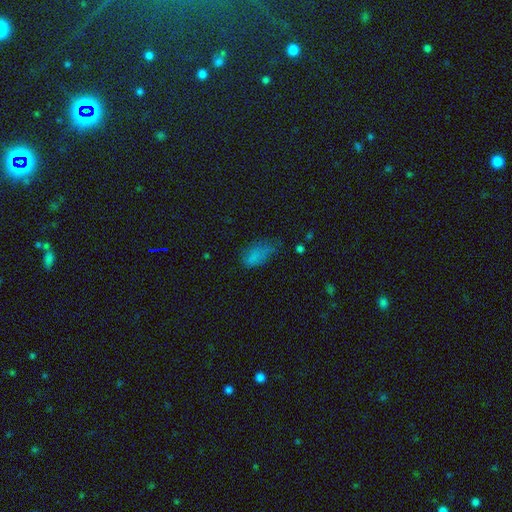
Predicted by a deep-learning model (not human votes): smooth-or-featured: smooth: 71% | star or artifact: 18% | featured or disk: 11%
  how-rounded: in between: 89% | cigar-shaped: 6% | round: 5%
  merging: none: 37% | minor disturbance: 33% | major disturbance: 26% | merger: 4%